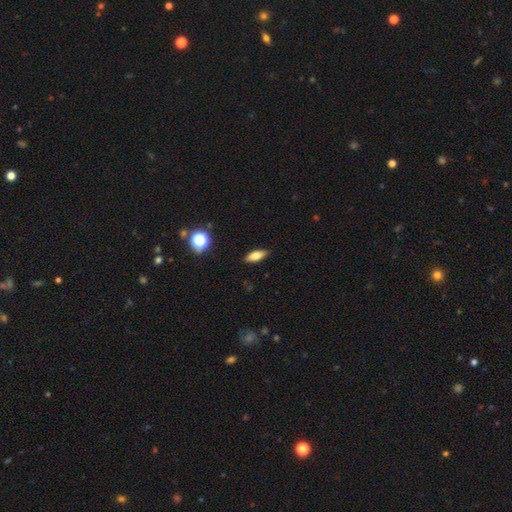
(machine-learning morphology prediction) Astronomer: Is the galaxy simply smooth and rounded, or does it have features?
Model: smooth — 73%.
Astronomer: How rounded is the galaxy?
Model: in between — 72%.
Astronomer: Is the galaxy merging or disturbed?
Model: none — 88%.